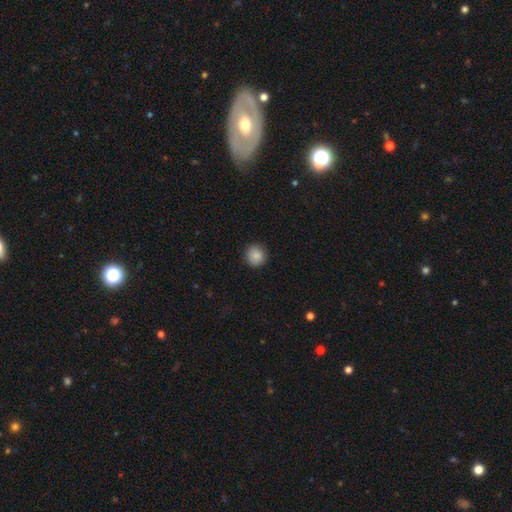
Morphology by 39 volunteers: smooth_or_featured: smooth (p=0.90) [alt: star or artifact p=0.10]
how_rounded: round (p=0.91) [alt: in between p=0.09]
merging: none (p=0.86) [alt: minor disturbance p=0.11]